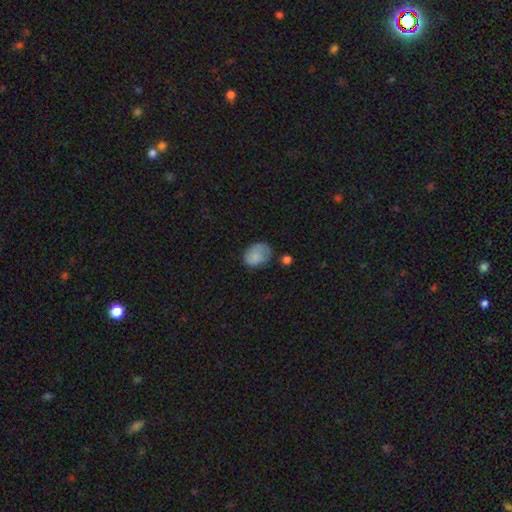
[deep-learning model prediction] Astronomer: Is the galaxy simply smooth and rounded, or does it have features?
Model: smooth — 80%.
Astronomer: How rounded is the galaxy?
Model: in between — 73%.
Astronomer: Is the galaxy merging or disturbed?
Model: none — 57%.